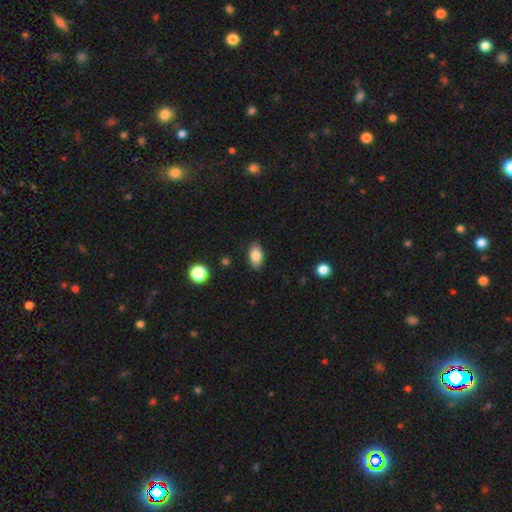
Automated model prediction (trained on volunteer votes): This appears to be a smooth galaxy with no disk features (81%) that is in between round and cigar-shaped (89%). Merging: none (85%).